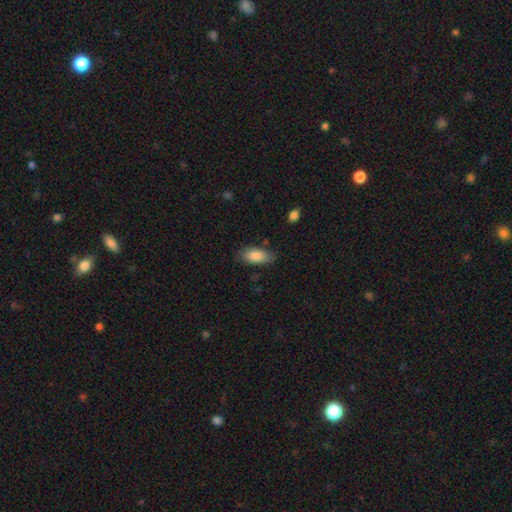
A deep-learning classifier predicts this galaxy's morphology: A smooth galaxy with no disk features (86%) that is in between round and cigar-shaped (88%).

Vote fractions:
- Smooth or featured? smooth: 86% / featured or disk: 8% / star or artifact: 6%
- How rounded? in between: 88% / cigar-shaped: 9% / round: 3%
- Merging? none: 77% / minor disturbance: 18% / major disturbance: 4% / merger: 2%